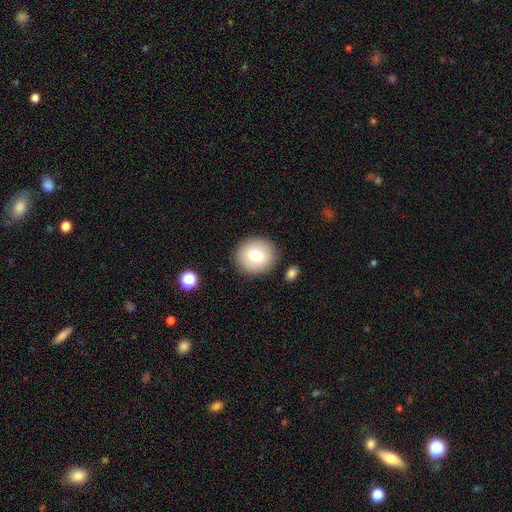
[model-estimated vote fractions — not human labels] smooth 77%, featured or disk 15%, star or artifact 9%. Down the decision tree: how rounded — round (88%); merging — none (87%).